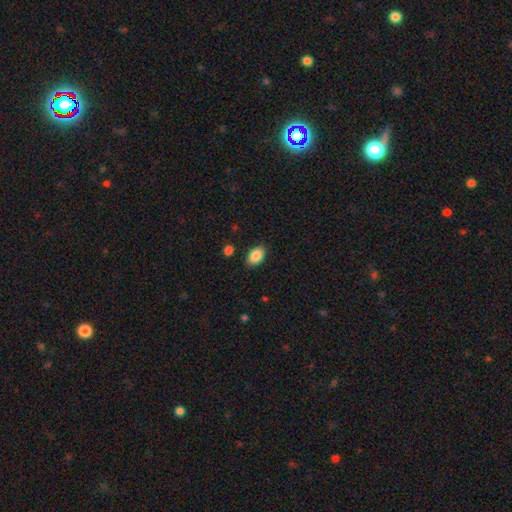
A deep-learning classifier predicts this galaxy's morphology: Smooth or featured: smooth — 88% (star or artifact — 7%)
How rounded: in between — 87% (round — 12%)
Merging: none — 86% (minor disturbance — 10%)